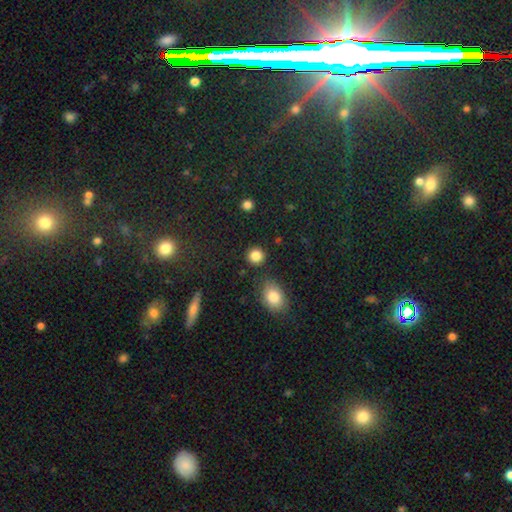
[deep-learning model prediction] A smooth galaxy with no disk features (86%) that is round (88%). Merging: none (87%).